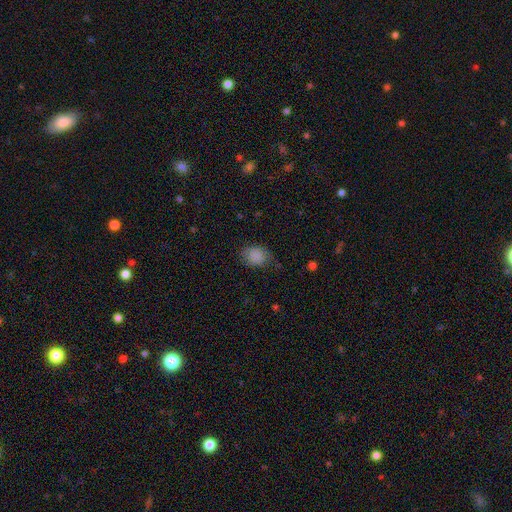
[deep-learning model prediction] Q: Smooth or featured?
A: smooth (85%); runner-up: star or artifact (9%)
Q: How rounded?
A: in between (56%); runner-up: round (43%)
Q: Merging?
A: none (65%); runner-up: minor disturbance (26%)